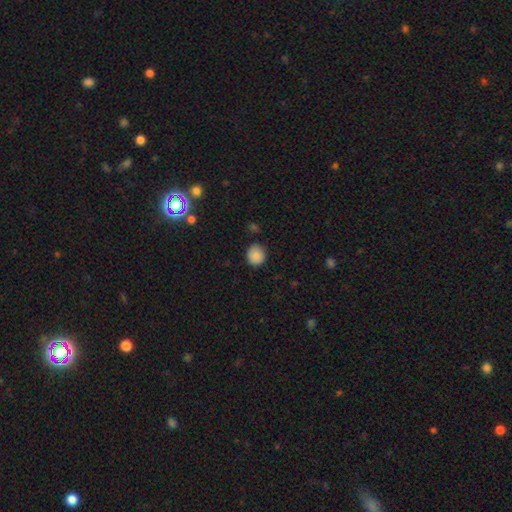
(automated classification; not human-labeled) Smooth or featured? Predicted: smooth (p=0.86). How rounded? Predicted: round (p=0.81). Merging? Predicted: none (p=0.77).